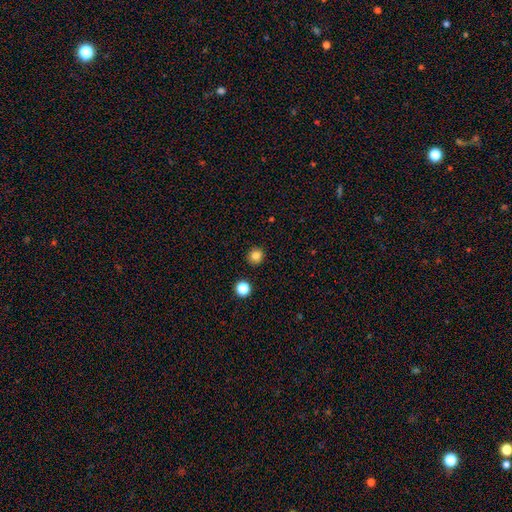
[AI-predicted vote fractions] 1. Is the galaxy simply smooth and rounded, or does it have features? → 83% smooth, 12% star or artifact, 5% featured or disk.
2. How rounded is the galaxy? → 94% round, 5% in between, 1% cigar-shaped.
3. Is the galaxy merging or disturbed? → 92% none, 5% minor disturbance, 2% major disturbance, 2% merger.